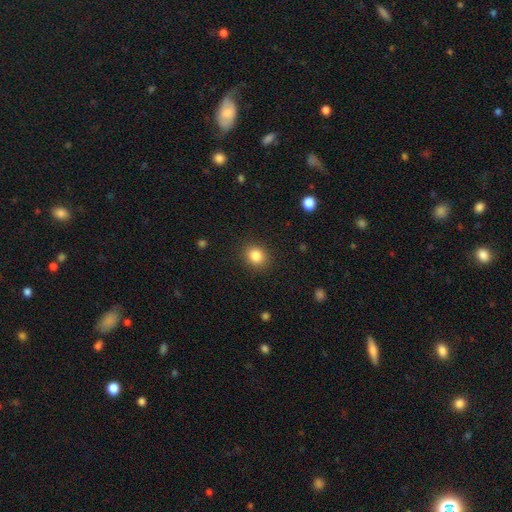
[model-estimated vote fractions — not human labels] Smooth or featured? Predicted: smooth (p=0.84). How rounded? Predicted: round (p=0.76). Merging? Predicted: none (p=0.89).